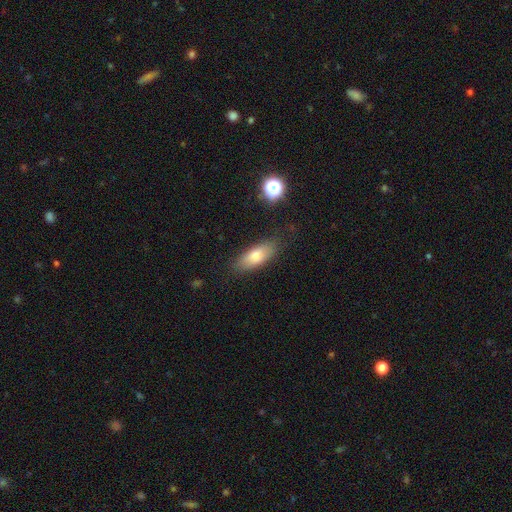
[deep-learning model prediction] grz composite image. It shows a smooth galaxy with no disk features (75%) that is in between round and cigar-shaped (70%). Merging: none (80%).